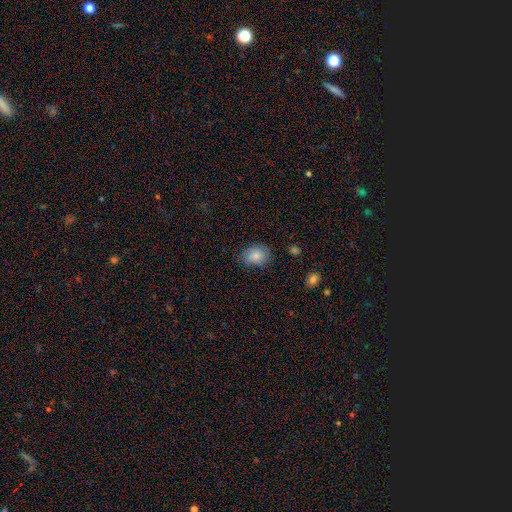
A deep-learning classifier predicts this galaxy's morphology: A smooth galaxy with no disk features (81%) that is in between round and cigar-shaped (64%). Merging: none (77%).